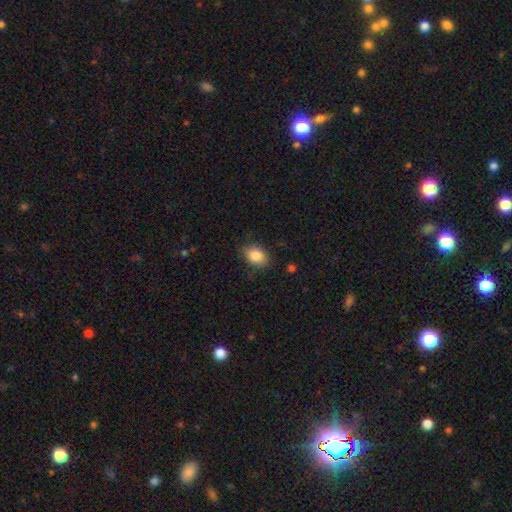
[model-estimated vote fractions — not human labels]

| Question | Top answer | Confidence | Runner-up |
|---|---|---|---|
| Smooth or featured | smooth | 86% | star or artifact (8%) |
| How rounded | in between | 80% | round (19%) |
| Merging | none | 82% | minor disturbance (13%) |